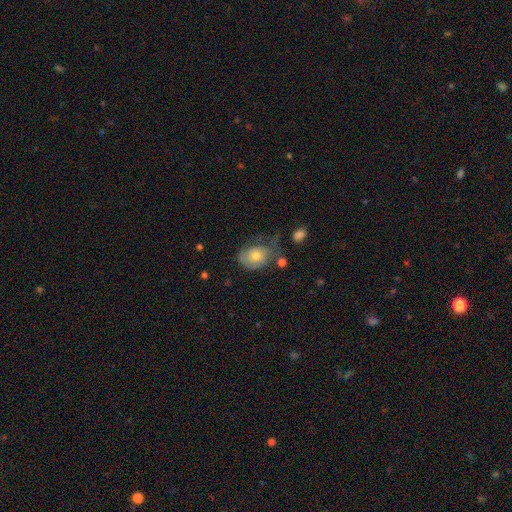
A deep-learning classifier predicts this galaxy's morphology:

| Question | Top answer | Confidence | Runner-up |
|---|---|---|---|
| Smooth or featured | smooth | 58% | featured or disk (33%) |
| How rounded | in between | 64% | round (35%) |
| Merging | none | 39% | minor disturbance (33%) |